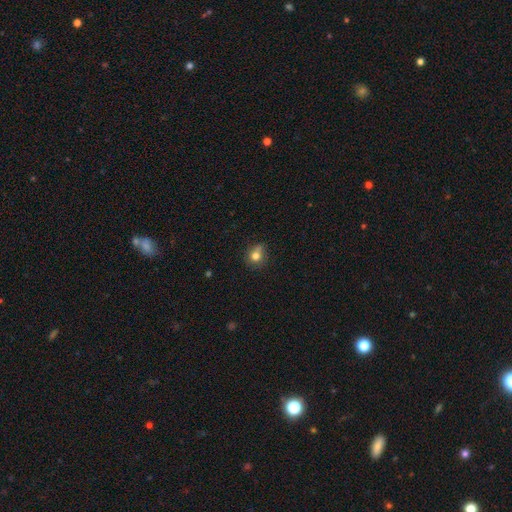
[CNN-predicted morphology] Overall: smooth (77%). How rounded: round (79%). Merging: none (59%; minor disturbance 27%).